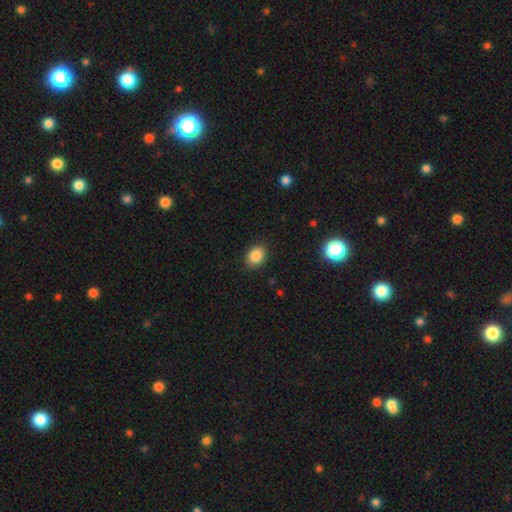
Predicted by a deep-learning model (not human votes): The model was most divided on "how rounded": in between: 65%, round: 34%, cigar-shaped: 1%. More confident: merging — none (88%); smooth or featured — smooth (85%).